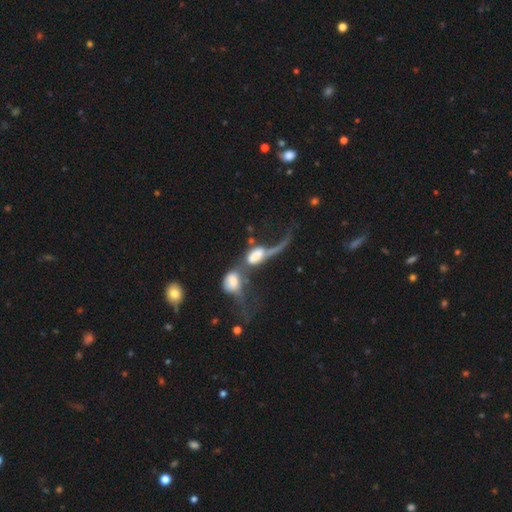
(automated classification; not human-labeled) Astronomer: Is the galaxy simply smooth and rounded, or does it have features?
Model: featured or disk — 51% (runner-up: smooth, 39%).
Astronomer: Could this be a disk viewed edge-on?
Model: no — 88%.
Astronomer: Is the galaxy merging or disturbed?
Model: merger — 73%.